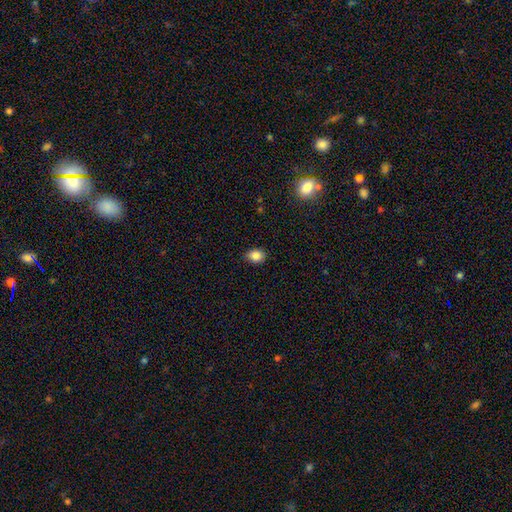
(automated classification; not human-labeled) Morphology: type=smooth (85%); roundness=in between (62%); merging=none (84%).